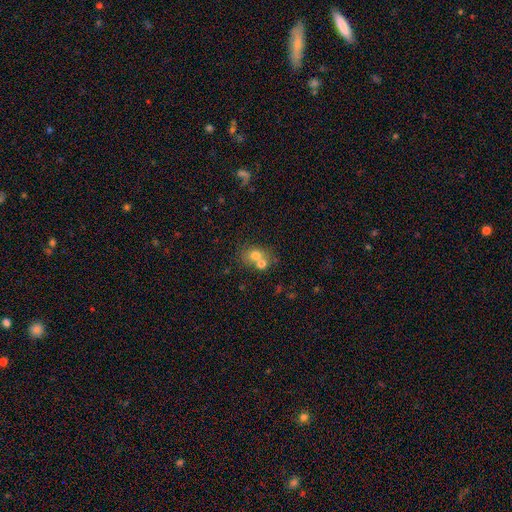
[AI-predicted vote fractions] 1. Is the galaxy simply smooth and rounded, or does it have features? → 70% smooth, 17% featured or disk, 13% star or artifact.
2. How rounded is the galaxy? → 58% round, 41% in between, 1% cigar-shaped.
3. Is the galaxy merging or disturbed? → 50% merger, 38% none, 8% minor disturbance, 4% major disturbance.